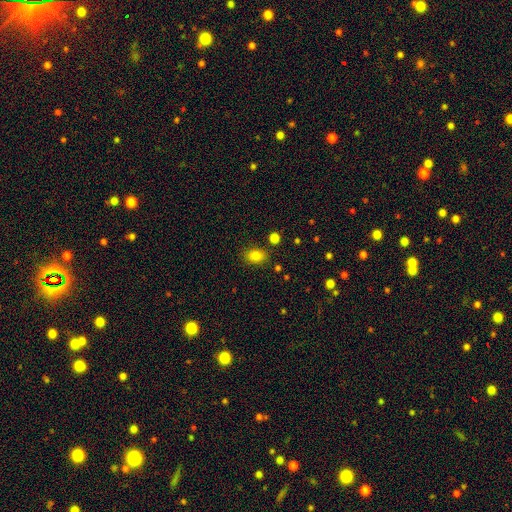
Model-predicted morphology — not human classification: This is clearly a smooth galaxy (83%). How rounded: likely in between (77%). Merging: clearly none (83%).